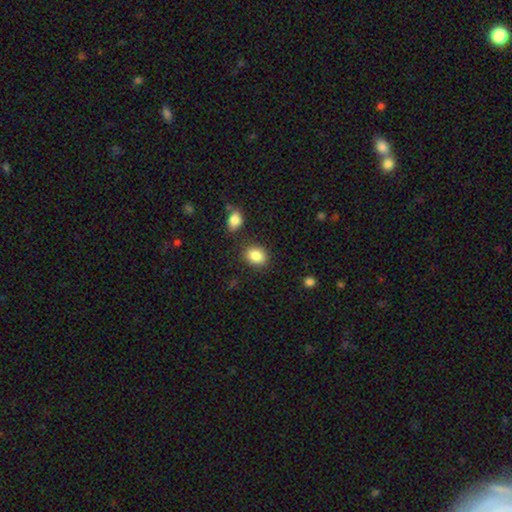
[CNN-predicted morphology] This is clearly a smooth galaxy (86%). How rounded: possibly in between (60%). Merging: clearly none (80%).